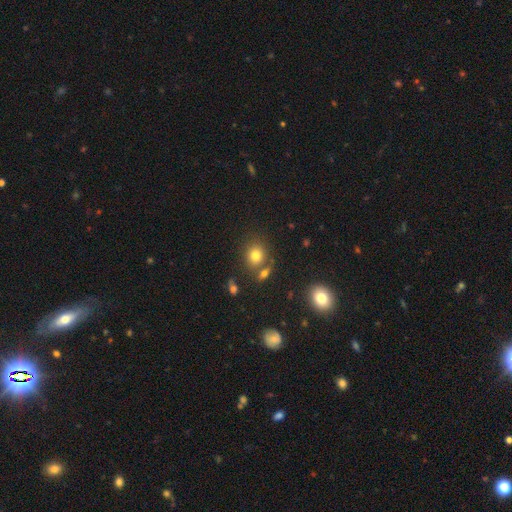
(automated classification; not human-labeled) A smooth galaxy with no disk features (77%) that is round (73%).

Vote fractions:
- Smooth or featured? smooth: 77% / star or artifact: 14% / featured or disk: 10%
- How rounded? round: 73% / in between: 26% / cigar-shaped: 1%
- Merging? none: 67% / merger: 18% / minor disturbance: 11% / major disturbance: 4%